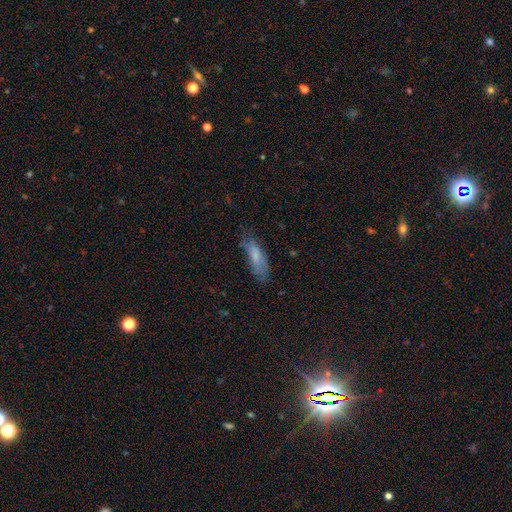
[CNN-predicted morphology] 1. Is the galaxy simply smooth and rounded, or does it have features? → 69% smooth, 23% featured or disk, 8% star or artifact.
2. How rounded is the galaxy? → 49% cigar-shaped (tied), 49% in between (tied), 2% round.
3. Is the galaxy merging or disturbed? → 57% none, 29% minor disturbance, 12% major disturbance, 2% merger.